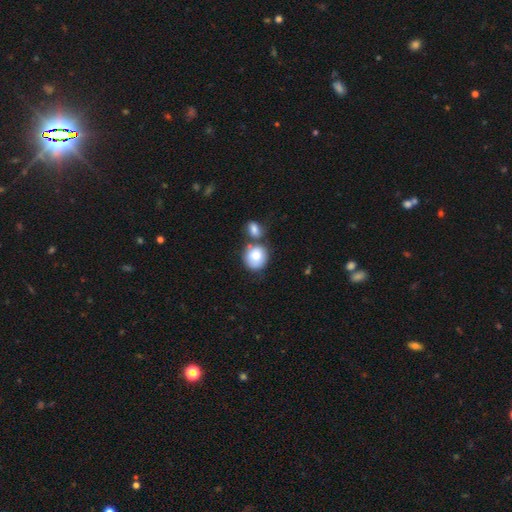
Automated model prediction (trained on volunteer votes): A smooth galaxy with no disk features (81%) that is round (76%). Merging: none (47%).